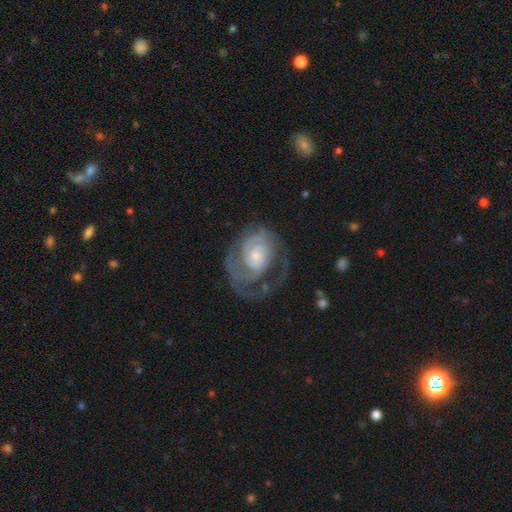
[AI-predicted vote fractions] Smooth or featured? featured or disk (82%)
Edge-on disk? no (97%)
Bar? no (70%)
Spiral arms? yes (90%)
Spiral winding? tight (59%)
Spiral arm count? 2 (34%)
Bulge size? small (46%)
Merging? none (53%)